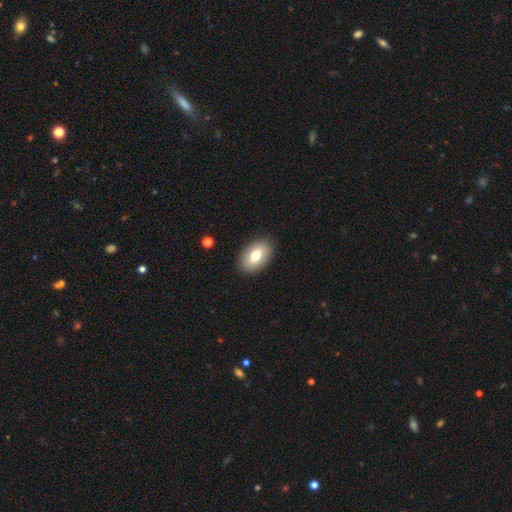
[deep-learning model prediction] Smooth or featured? Predicted: smooth (p=0.74). How rounded? Predicted: in between (p=0.89). Merging? Predicted: none (p=0.89).